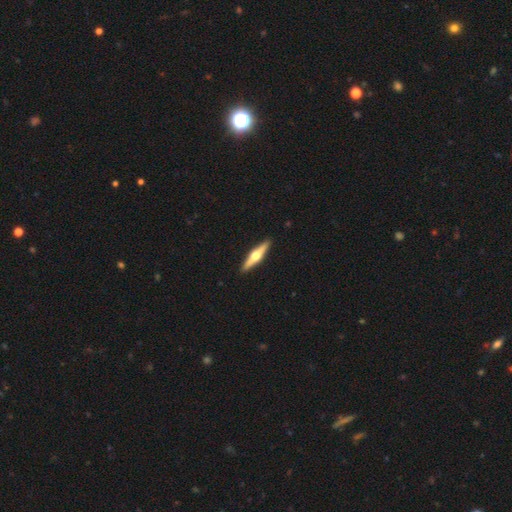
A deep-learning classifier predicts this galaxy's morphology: smooth_or_featured: featured or disk (p=0.70) [alt: smooth p=0.26]
disk_edge_on: yes (p=0.97) [alt: no p=0.03]
edge_on_bulge: rounded (p=0.96) [alt: boxy p=0.03]
merging: none (p=0.92) [alt: minor disturbance p=0.05]